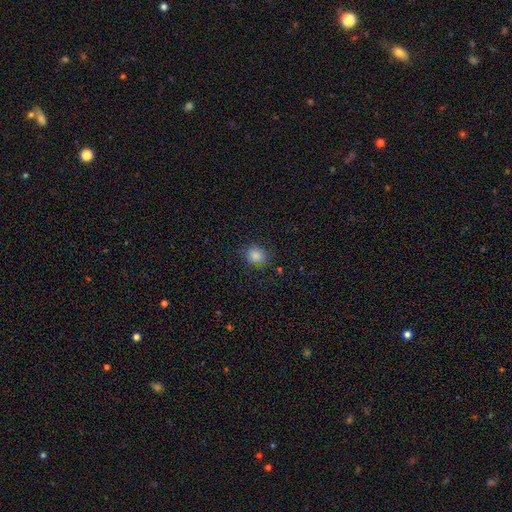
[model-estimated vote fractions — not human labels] smooth_or_featured: smooth (p=0.83) [alt: star or artifact p=0.12]
how_rounded: round (p=0.74) [alt: in between p=0.25]
merging: none (p=0.81) [alt: minor disturbance p=0.13]